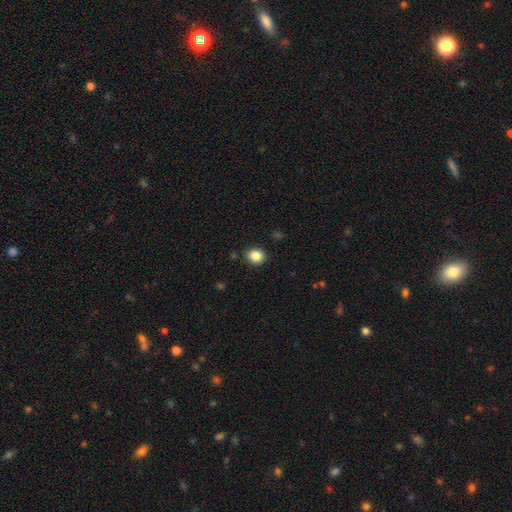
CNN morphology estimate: A smooth galaxy with no disk features (85%) that is round (72%). Merging: none (89%).